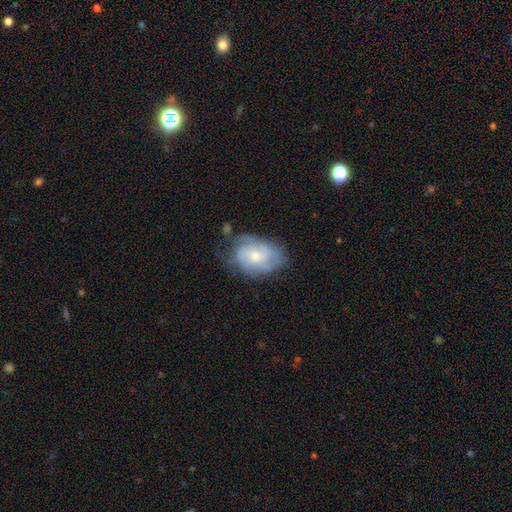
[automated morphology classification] Q: Smooth or featured?
A: featured or disk (61%); runner-up: smooth (32%)
Q: Edge-on disk?
A: no (96%); runner-up: yes (4%)
Q: Bar?
A: no (75%); runner-up: weak (22%)
Q: Spiral arms?
A: yes (78%); runner-up: no (22%)
Q: Bulge size?
A: small (51%); runner-up: moderate (43%)
Q: Merging?
A: none (57%); runner-up: minor disturbance (28%)